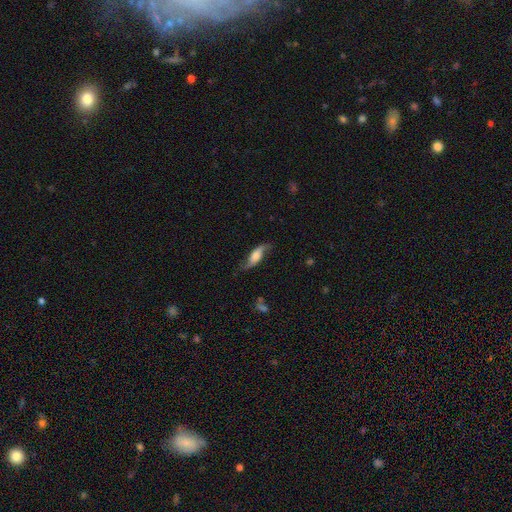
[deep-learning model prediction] Smooth or featured: featured or disk — 64% (smooth — 29%)
Edge-on disk: no — 75% (yes — 25%)
Merging: none — 68% (minor disturbance — 21%)